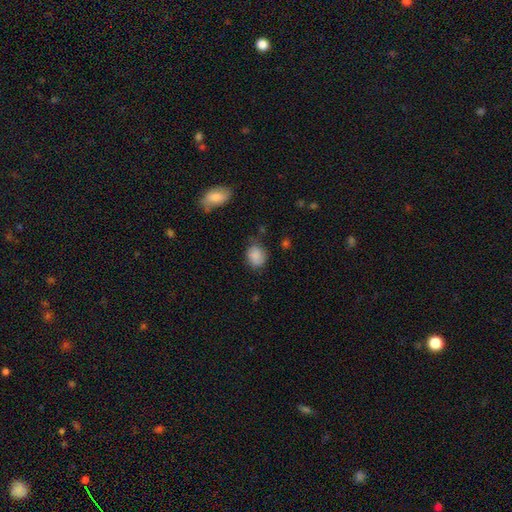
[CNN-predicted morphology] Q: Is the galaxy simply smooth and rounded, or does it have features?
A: smooth — 82%.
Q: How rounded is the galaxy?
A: round — 58%.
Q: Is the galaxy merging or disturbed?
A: none — 68%.